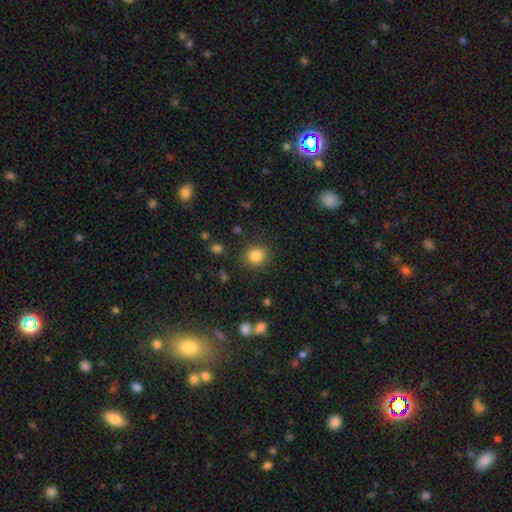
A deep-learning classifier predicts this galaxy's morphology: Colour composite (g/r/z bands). It shows a smooth galaxy with no disk features (85%) that is round (86%). Merging: none (88%).